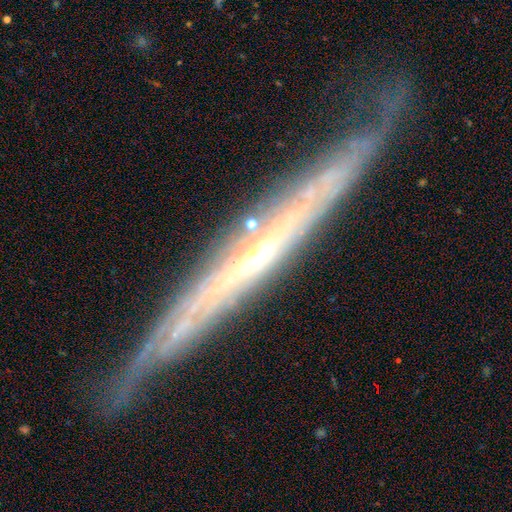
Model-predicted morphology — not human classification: Q: Smooth or featured?
A: featured or disk (83%); runner-up: smooth (11%)
Q: Edge-on disk?
A: yes (86%); runner-up: no (14%)
Q: Edge-on bulge?
A: none (59%); runner-up: rounded (35%)
Q: Merging?
A: none (72%); runner-up: minor disturbance (21%)